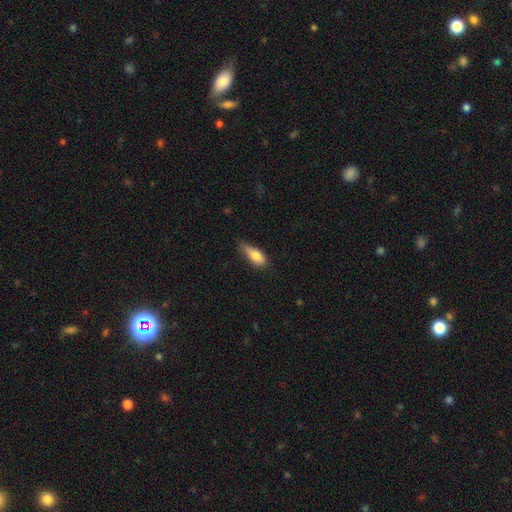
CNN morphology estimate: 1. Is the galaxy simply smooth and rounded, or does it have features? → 79% smooth, 14% featured or disk, 7% star or artifact.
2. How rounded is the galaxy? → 72% in between, 25% cigar-shaped, 3% round.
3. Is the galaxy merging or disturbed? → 50% none, 39% minor disturbance, 9% major disturbance, 2% merger.